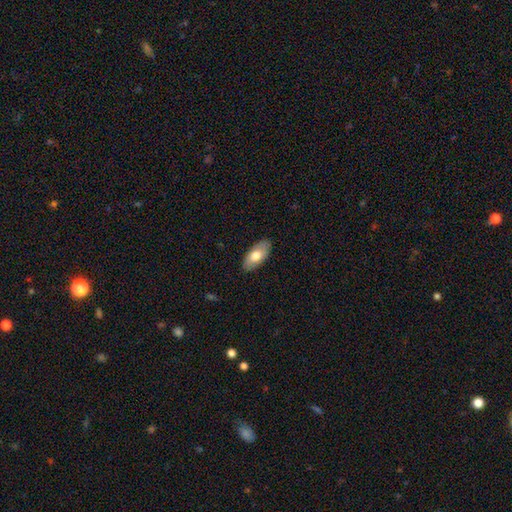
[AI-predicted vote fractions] Smooth or featured? smooth (71%)
How rounded? in between (93%)
Merging? none (86%)